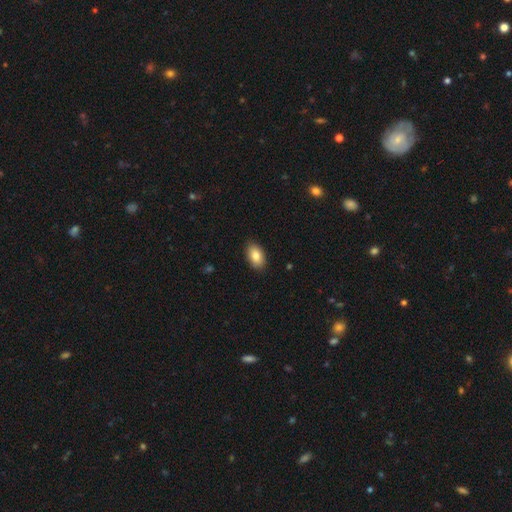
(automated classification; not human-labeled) Smooth or featured? Predicted: smooth (p=0.84). How rounded? Predicted: in between (p=0.93). Merging? Predicted: none (p=0.88).